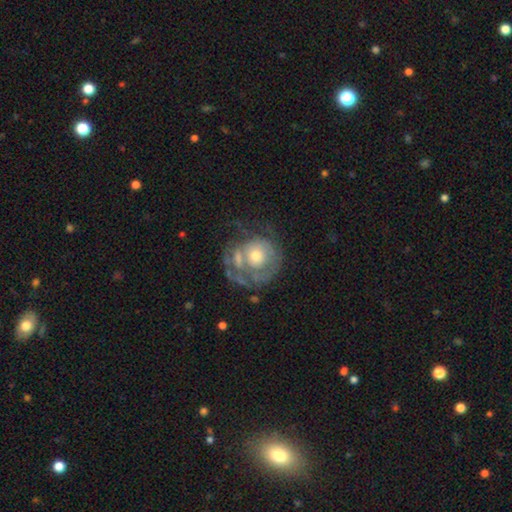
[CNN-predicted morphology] smooth-or-featured: featured or disk: 63% | smooth: 30% | star or artifact: 7%
  disk-edge-on: no: 97% | yes: 3%
    bar: no: 86% | weak: 11% | strong: 3%
    has-spiral-arms: no: 56% | yes: 44%
    bulge-size: moderate: 61% | small: 25% | large: 10% | none: 2% | dominant: 2%
  merging: none: 41% | major disturbance: 27% | minor disturbance: 21% | merger: 12%